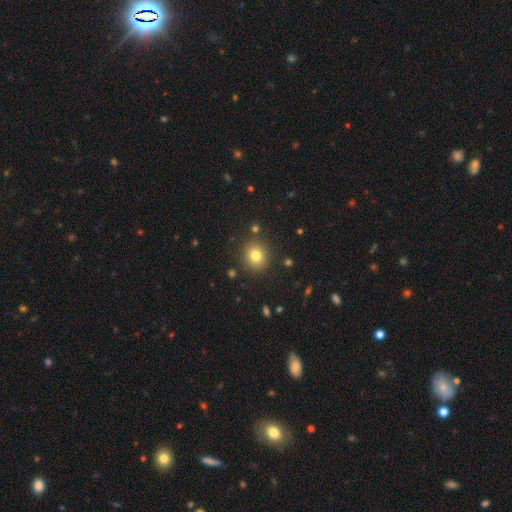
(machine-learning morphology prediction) Smooth or featured: smooth — 79% (star or artifact — 13%)
How rounded: round — 82% (in between — 17%)
Merging: none — 87% (minor disturbance — 8%)